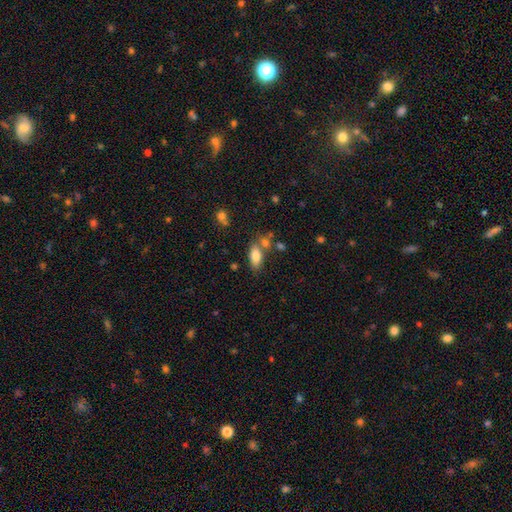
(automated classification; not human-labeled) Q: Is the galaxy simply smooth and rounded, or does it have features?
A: smooth — 81%.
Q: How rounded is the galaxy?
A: in between — 88%.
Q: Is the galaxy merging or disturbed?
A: none — 62%.